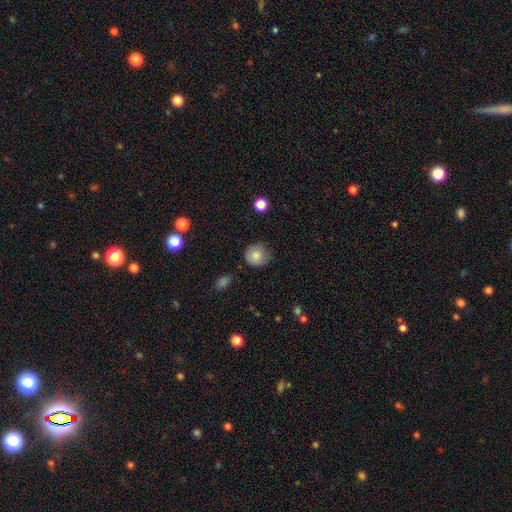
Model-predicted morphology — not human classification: A smooth galaxy with no disk features (83%) that is round (89%).

Vote fractions:
- Smooth or featured? smooth: 83% / star or artifact: 9% / featured or disk: 8%
- How rounded? round: 89% / in between: 10% / cigar-shaped: 1%
- Merging? none: 73% / minor disturbance: 21% / major disturbance: 4% / merger: 2%